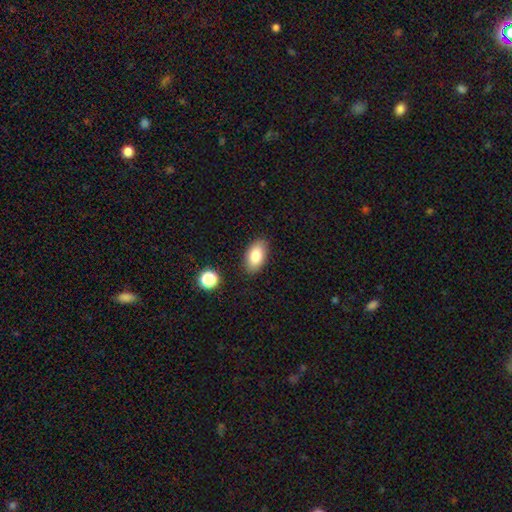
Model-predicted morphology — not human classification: Smooth or featured? smooth (82%)
How rounded? in between (92%)
Merging? none (86%)